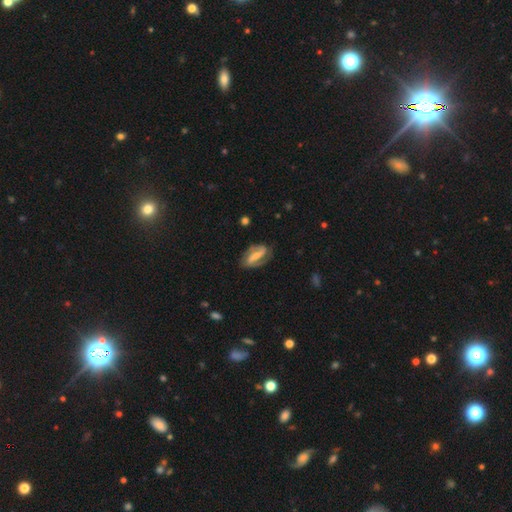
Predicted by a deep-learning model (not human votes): Morphology: type=featured or disk (77%); edge-on=no (93%); bar=strong (60%); spiral arms=yes (90%); winding=medium (40%); arm count=2 (87%); bulge=small (46%); merging=none (77%).